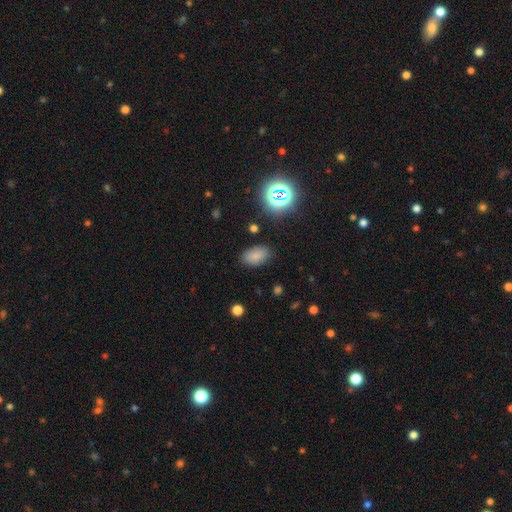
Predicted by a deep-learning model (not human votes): smooth_or_featured: smooth (p=0.79) [alt: star or artifact p=0.14]
how_rounded: in between (p=0.91) [alt: round p=0.07]
merging: none (p=0.83) [alt: minor disturbance p=0.11]